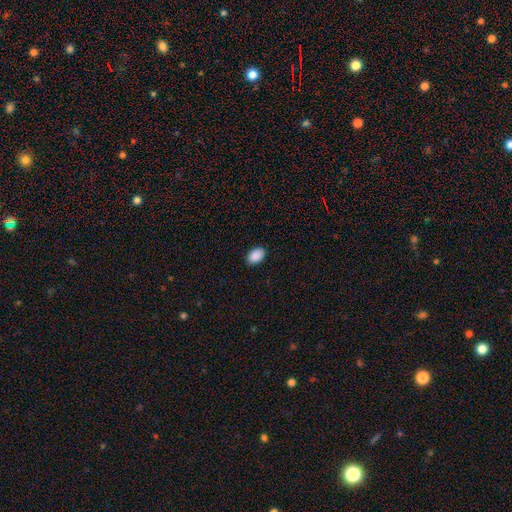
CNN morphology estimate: This appears to be a smooth galaxy with no disk features (91%) that is in between round and cigar-shaped (90%). Merging: none (89%).